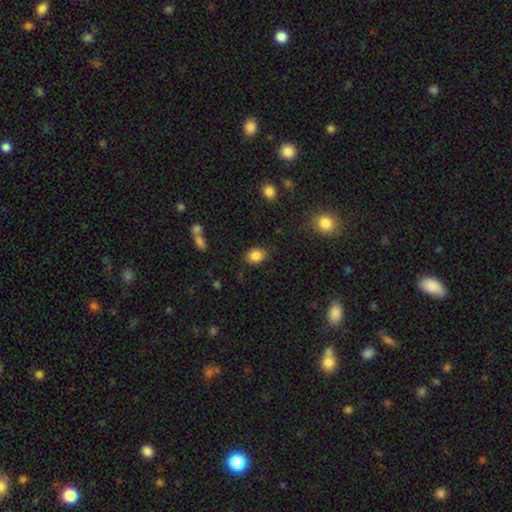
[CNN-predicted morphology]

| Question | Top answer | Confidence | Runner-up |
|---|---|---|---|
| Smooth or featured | smooth | 84% | star or artifact (9%) |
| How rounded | in between | 65% | round (34%) |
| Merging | none | 84% | minor disturbance (12%) |